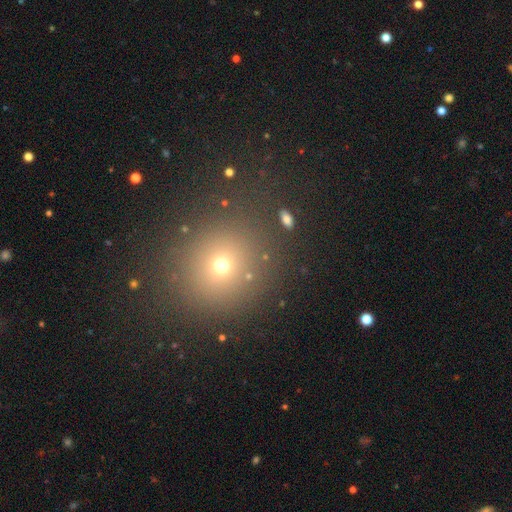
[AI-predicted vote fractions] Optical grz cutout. It shows a smooth galaxy with no disk features (59%) that is round (84%). Merging: none (85%).